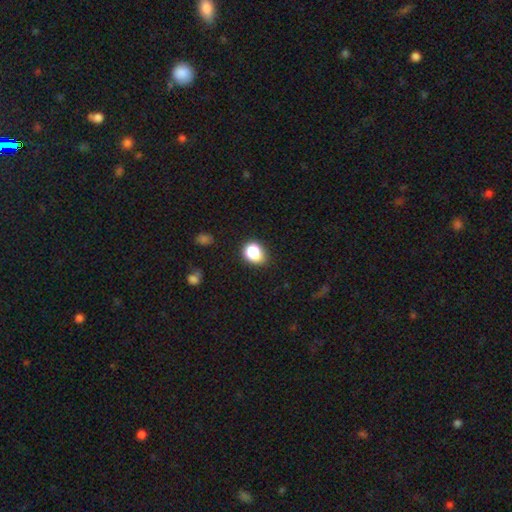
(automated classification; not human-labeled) Smooth or featured? Predicted: smooth (p=0.81). How rounded? Predicted: round (p=0.56). Merging? Predicted: none (p=0.66).